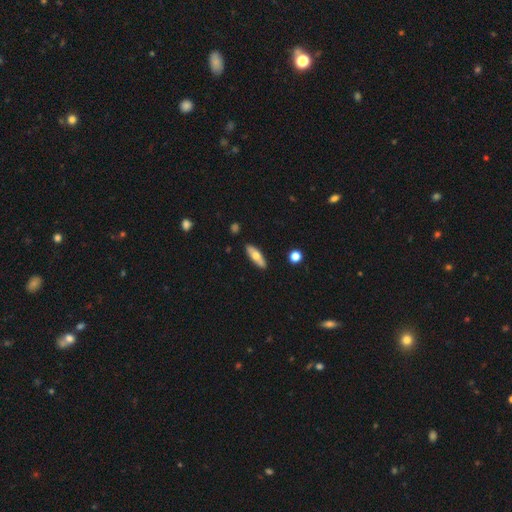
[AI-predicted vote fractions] smooth_or_featured: smooth (p=0.59) [alt: featured or disk p=0.35]
how_rounded: in between (p=0.53) [alt: cigar-shaped p=0.45]
merging: none (p=0.86) [alt: minor disturbance p=0.10]